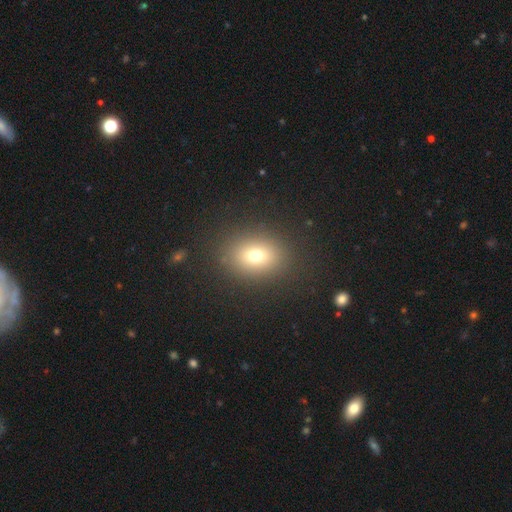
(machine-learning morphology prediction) Overall: smooth (73%). How rounded: round (52%; in between 47%). Merging: none (87%).